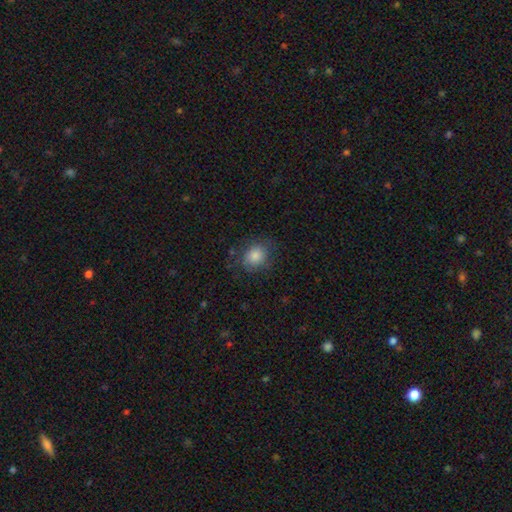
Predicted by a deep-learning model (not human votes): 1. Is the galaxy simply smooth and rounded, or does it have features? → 81% smooth, 10% featured or disk, 9% star or artifact.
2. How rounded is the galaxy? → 64% round, 35% in between, 1% cigar-shaped.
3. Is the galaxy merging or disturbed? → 76% none, 17% minor disturbance, 6% major disturbance, 1% merger.